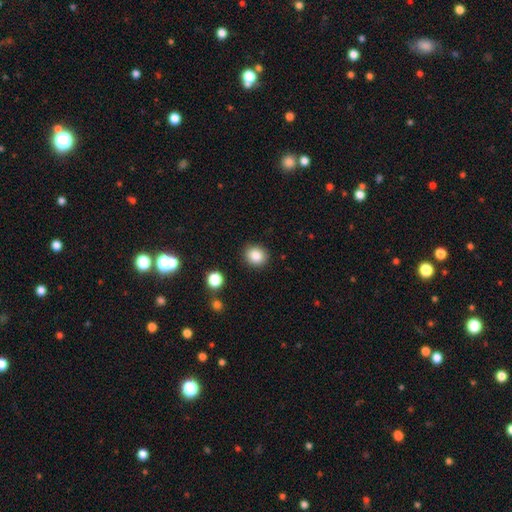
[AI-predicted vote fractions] Morphology: type=smooth (86%); roundness=round (76%); merging=none (88%).